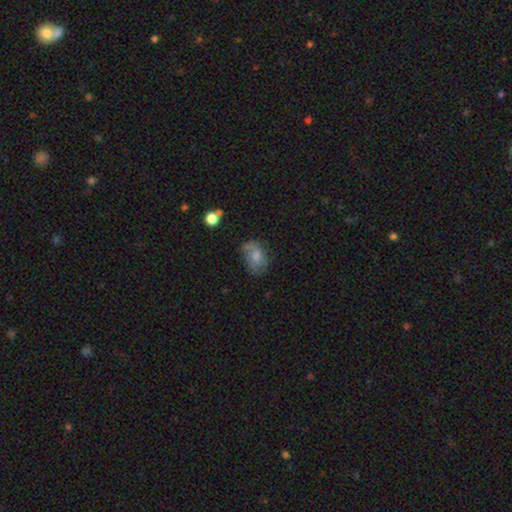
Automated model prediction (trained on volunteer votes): Smooth or featured? smooth (62%)
How rounded? in between (80%)
Merging? none (46%)